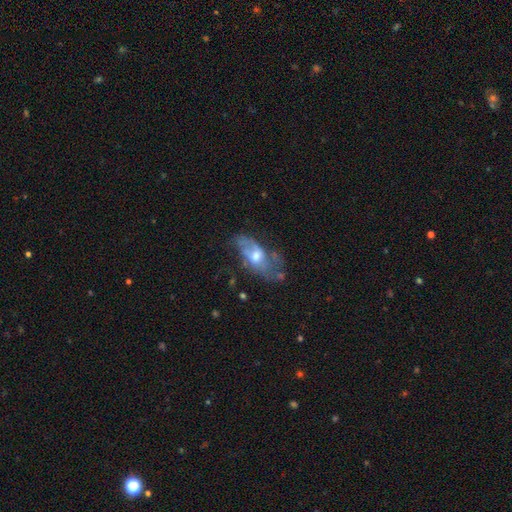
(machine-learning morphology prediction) This is likely a featured or disk galaxy (61%). It is clearly not viewed edge-on (88%). Bar: likely no (62%). Spiral arm pattern: possibly yes (55%). Central bulge: likely moderate (64%). Merging: marginally none (40%).